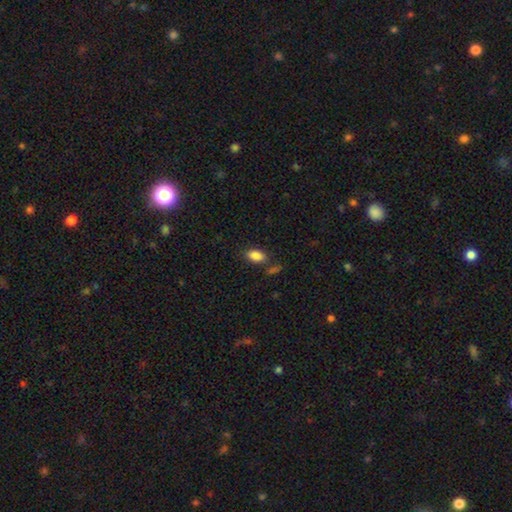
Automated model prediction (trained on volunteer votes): smooth-or-featured: smooth: 86% | star or artifact: 9% | featured or disk: 5%
  how-rounded: in between: 91% | round: 7% | cigar-shaped: 3%
  merging: none: 75% | minor disturbance: 13% | merger: 8% | major disturbance: 4%